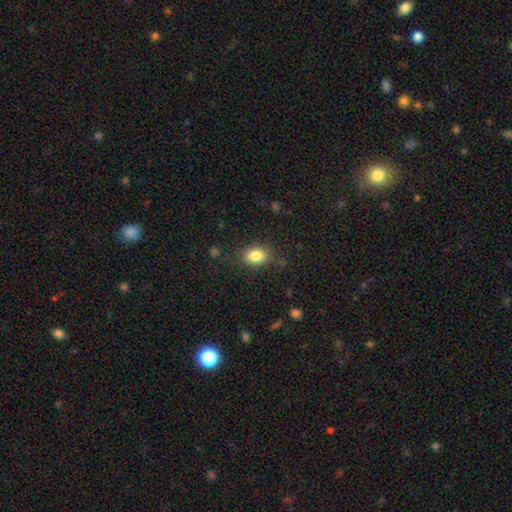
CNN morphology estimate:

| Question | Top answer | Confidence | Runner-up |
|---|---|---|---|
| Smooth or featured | smooth | 84% | star or artifact (10%) |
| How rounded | in between | 70% | round (29%) |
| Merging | none | 83% | minor disturbance (12%) |